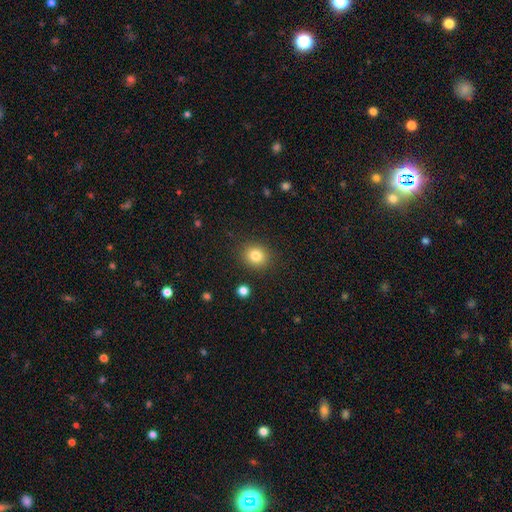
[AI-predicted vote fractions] A smooth galaxy with no disk features (82%) that is round (80%).

Vote fractions:
- Smooth or featured? smooth: 82% / star or artifact: 11% / featured or disk: 7%
- How rounded? round: 80% / in between: 20% / cigar-shaped: 1%
- Merging? none: 88% / minor disturbance: 7% / major disturbance: 3% / merger: 2%